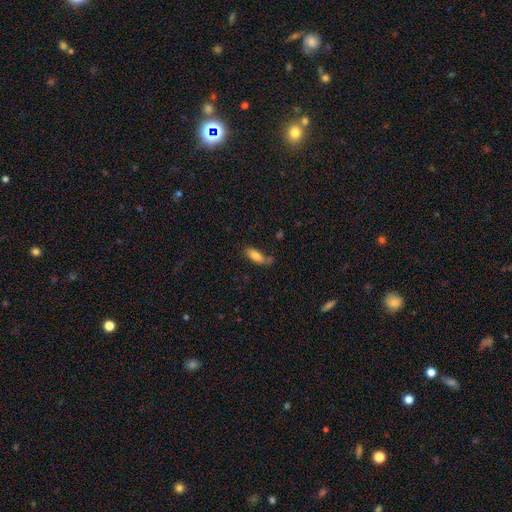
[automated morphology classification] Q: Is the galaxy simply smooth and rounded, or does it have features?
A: smooth — 80%.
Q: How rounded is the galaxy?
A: in between — 70%.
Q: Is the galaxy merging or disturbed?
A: none — 60%.